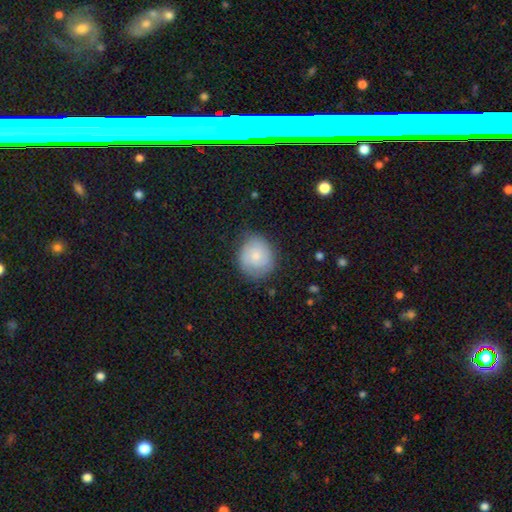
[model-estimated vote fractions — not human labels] Morphology: type=smooth (58%); roundness=round (79%); merging=none (73%).